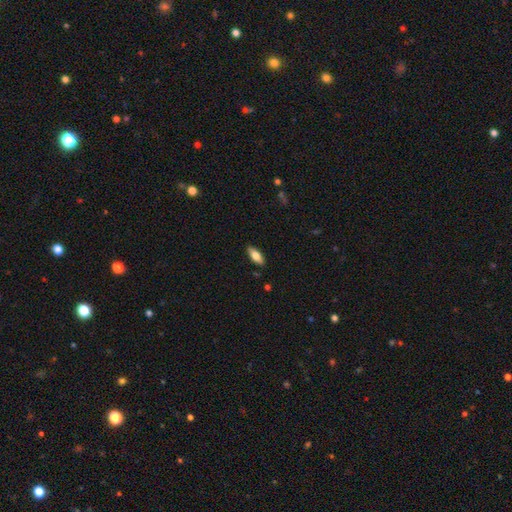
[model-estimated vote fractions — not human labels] A smooth galaxy with no disk features (73%) that is in between round and cigar-shaped (78%).

Vote fractions:
- Smooth or featured? smooth: 73% / featured or disk: 20% / star or artifact: 6%
- How rounded? in between: 78% / cigar-shaped: 20% / round: 2%
- Merging? none: 88% / minor disturbance: 9% / major disturbance: 2% / merger: 1%